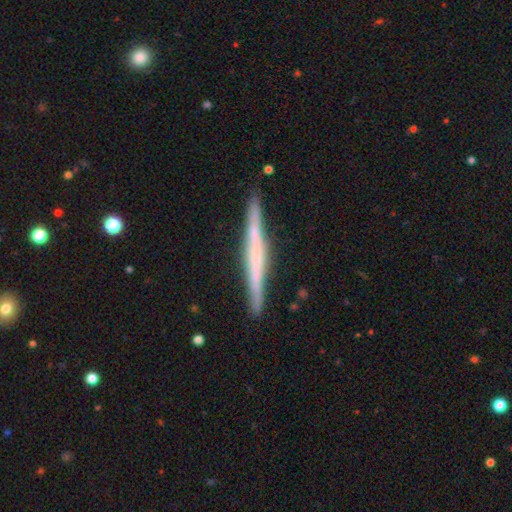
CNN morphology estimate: Smooth or featured? featured or disk (64%)
Edge-on disk? yes (98%)
Edge-on bulge? none (63%)
Merging? none (90%)